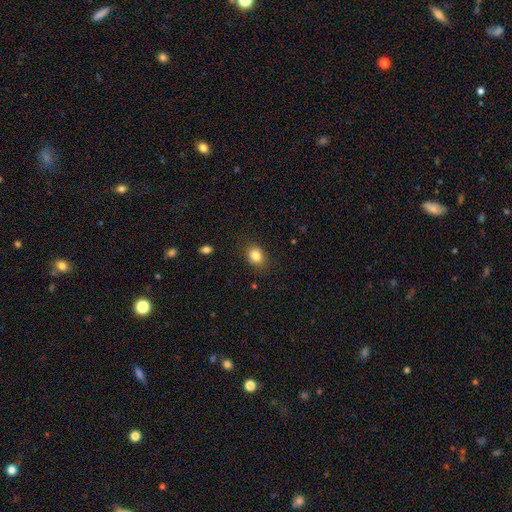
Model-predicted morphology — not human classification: smooth-or-featured: smooth: 82% | star or artifact: 11% | featured or disk: 8%
  how-rounded: round: 56% | in between: 43% | cigar-shaped: 1%
  merging: none: 80% | minor disturbance: 15% | major disturbance: 4% | merger: 2%